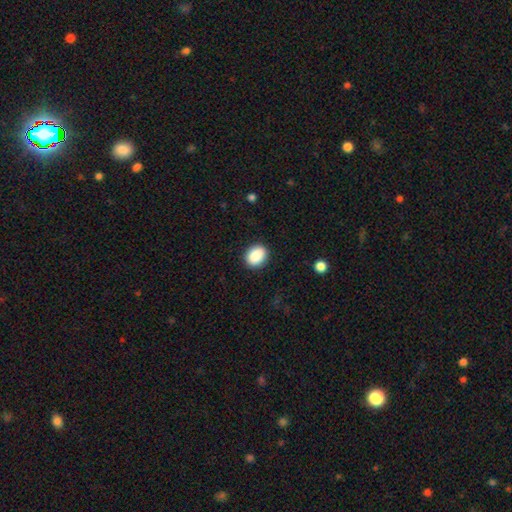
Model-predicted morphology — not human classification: A smooth galaxy with no disk features (89%) that is in between round and cigar-shaped (60%). Merging: none (89%).